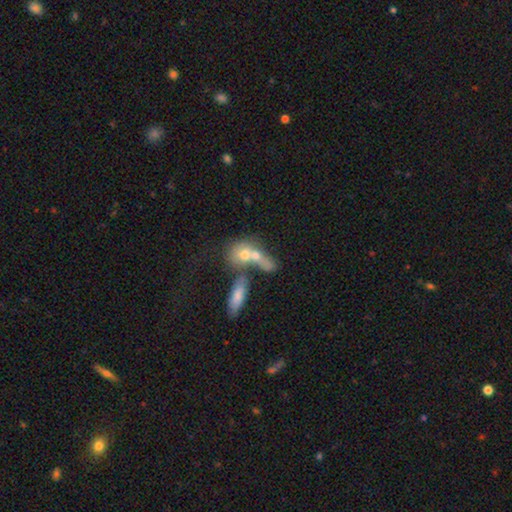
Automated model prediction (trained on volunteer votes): A smooth galaxy with no disk features (64%) that is in between round and cigar-shaped (49%).

Vote fractions:
- Smooth or featured? smooth: 64% / featured or disk: 26% / star or artifact: 10%
- How rounded? in between: 49% / round: 36% / cigar-shaped: 15%
- Merging? merger: 64% / none: 22% / minor disturbance: 8% / major disturbance: 6%